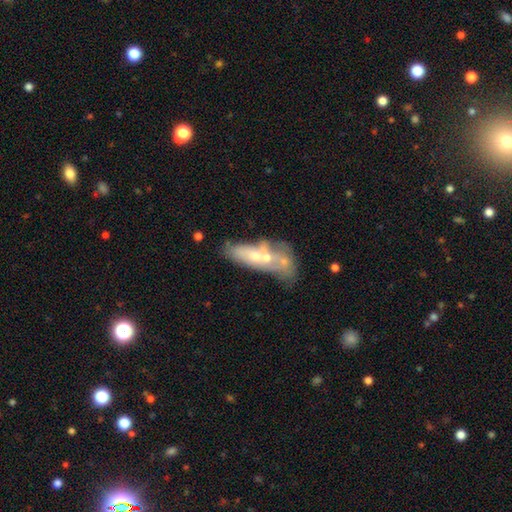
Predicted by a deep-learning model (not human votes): smooth_or_featured: featured or disk (p=0.53) [alt: smooth p=0.37]
disk_edge_on: no (p=0.82) [alt: yes p=0.18]
merging: merger (p=0.49) [alt: none p=0.24]